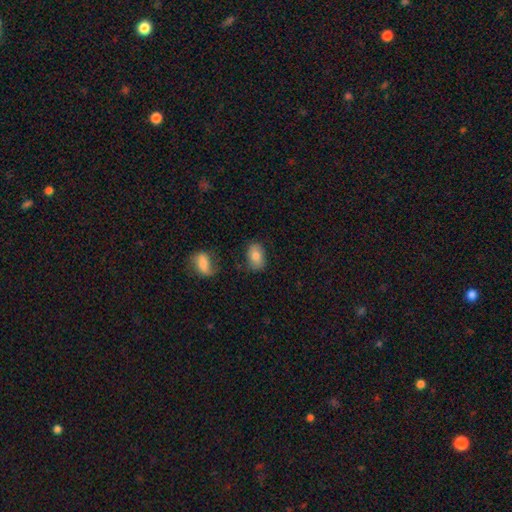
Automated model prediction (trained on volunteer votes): Smooth or featured? smooth (80%)
How rounded? in between (87%)
Merging? none (78%)